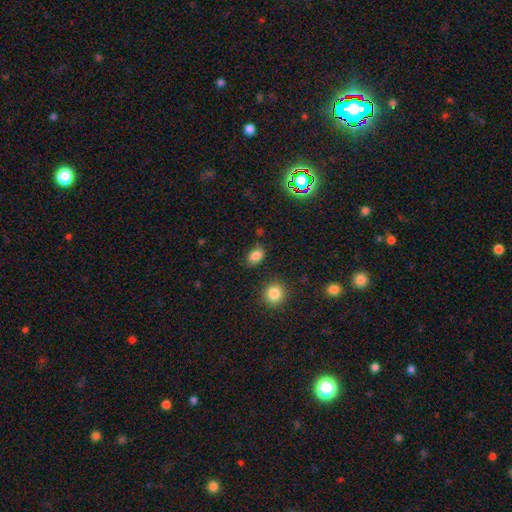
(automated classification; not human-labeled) A smooth galaxy with no disk features (83%) that is in between round and cigar-shaped (78%). Merging: none (79%).